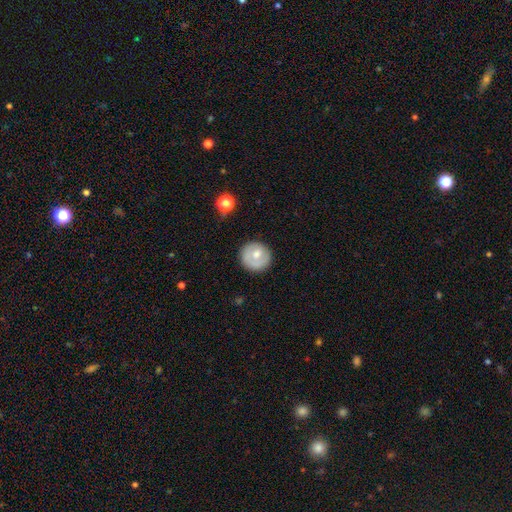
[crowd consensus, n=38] smooth-or-featured: smooth: 79% | featured or disk: 11% | star or artifact: 11%
  how-rounded: round: 93% | in between: 7% | cigar-shaped: 0%
  merging: none: 85% | minor disturbance: 12% | major disturbance: 3% | merger: 0%